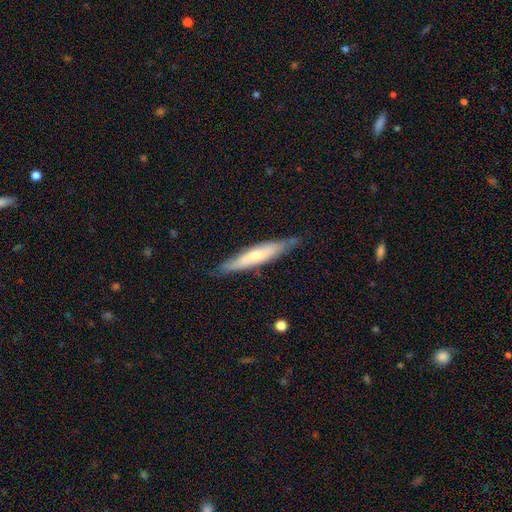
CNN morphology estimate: A smooth galaxy with no disk features (49%).

Vote fractions:
- Smooth or featured? smooth: 49% / featured or disk: 46% / star or artifact: 5%
- Merging? none: 81% / minor disturbance: 15% / major disturbance: 3% / merger: 1%